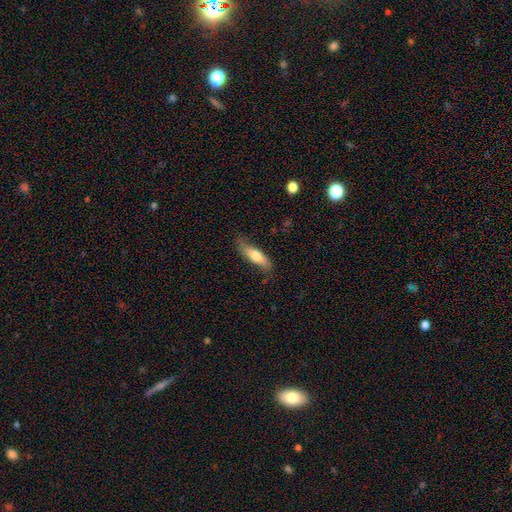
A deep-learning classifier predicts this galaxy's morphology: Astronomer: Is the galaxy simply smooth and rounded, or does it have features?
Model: smooth — 68%.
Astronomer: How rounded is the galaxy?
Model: cigar-shaped — 54% (runner-up: in between, 44%).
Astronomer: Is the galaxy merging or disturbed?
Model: none — 72%.